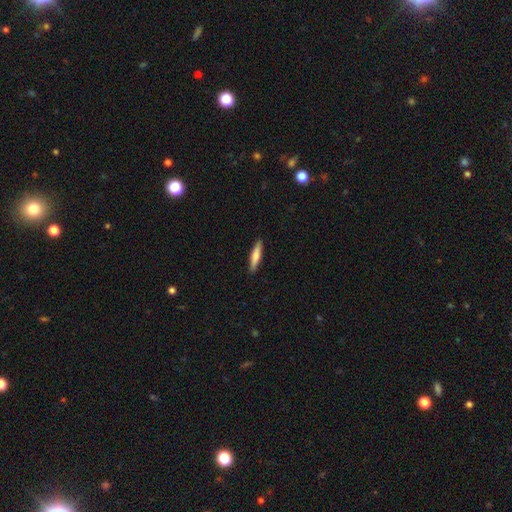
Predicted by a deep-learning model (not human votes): Q: Smooth or featured?
A: smooth (70%); runner-up: featured or disk (25%)
Q: How rounded?
A: cigar-shaped (83%); runner-up: in between (15%)
Q: Merging?
A: none (90%); runner-up: minor disturbance (8%)